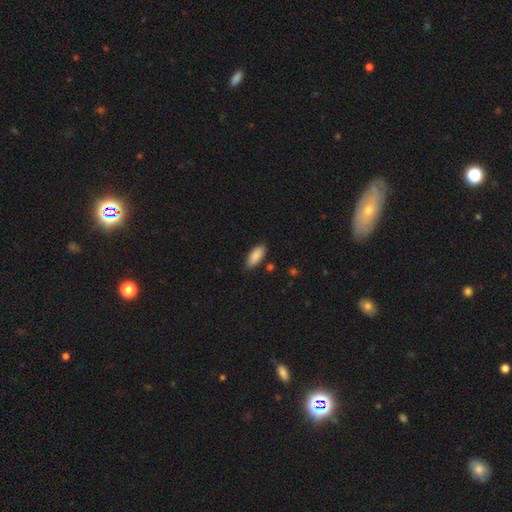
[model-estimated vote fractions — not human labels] This appears to be a smooth galaxy with no disk features (89%) that is in between round and cigar-shaped (85%). Merging: none (84%).